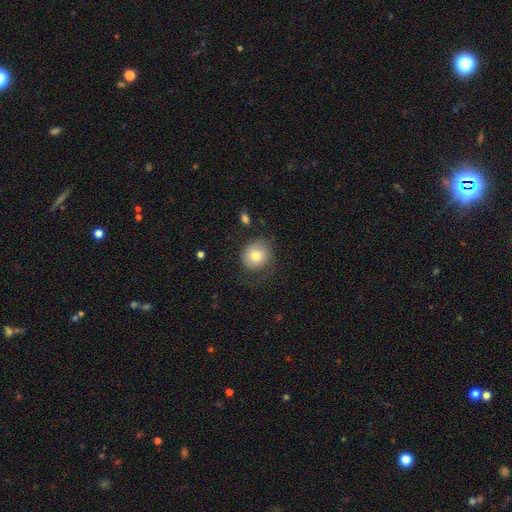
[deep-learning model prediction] smooth-or-featured: smooth: 77% | featured or disk: 14% | star or artifact: 9%
  how-rounded: round: 81% | in between: 19% | cigar-shaped: 1%
  merging: none: 62% | minor disturbance: 22% | major disturbance: 14% | merger: 2%